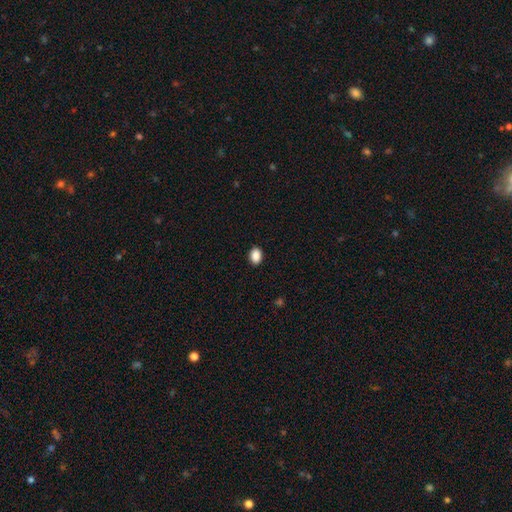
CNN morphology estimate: Smooth or featured? Predicted: smooth (p=0.89). How rounded? Predicted: in between (p=0.73). Merging? Predicted: none (p=0.90).